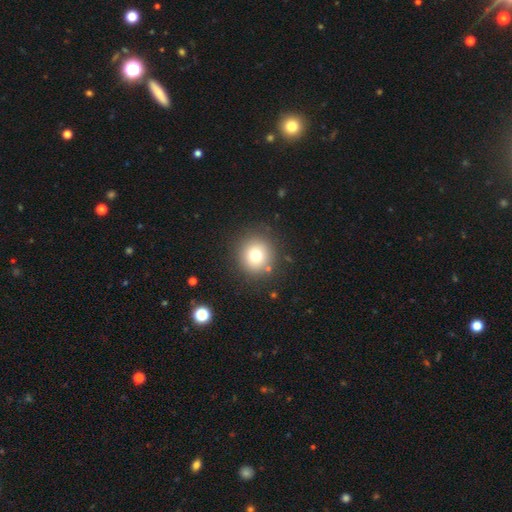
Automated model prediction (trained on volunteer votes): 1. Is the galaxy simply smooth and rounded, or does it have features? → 74% smooth, 13% star or artifact, 12% featured or disk.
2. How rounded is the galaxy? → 91% round, 8% in between, 1% cigar-shaped.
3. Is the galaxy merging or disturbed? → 86% none, 8% minor disturbance, 3% major disturbance, 3% merger.